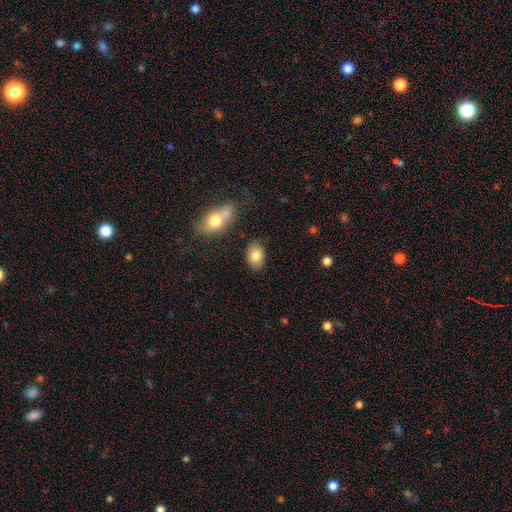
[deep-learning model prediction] smooth_or_featured: smooth (p=0.81) [alt: featured or disk p=0.12]
how_rounded: in between (p=0.83) [alt: round p=0.15]
merging: none (p=0.83) [alt: minor disturbance p=0.11]